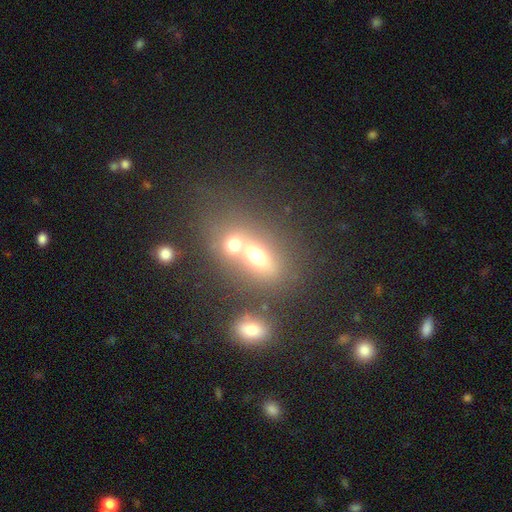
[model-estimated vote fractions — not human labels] This appears to be a smooth galaxy with no disk features (62%) that is in between round and cigar-shaped (62%). Merging: merger (60%).